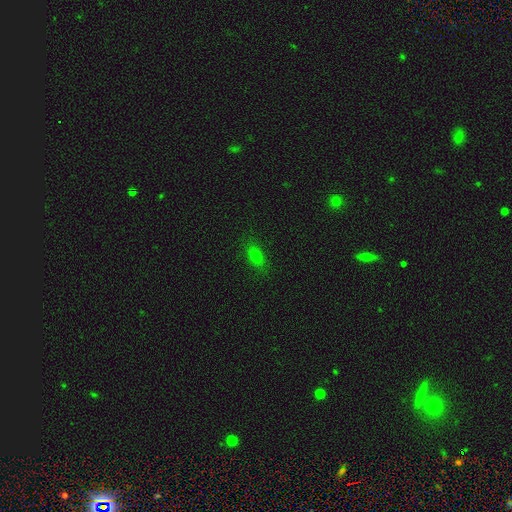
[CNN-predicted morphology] This is likely a smooth galaxy (72%). How rounded: likely in between (74%). Merging: clearly none (85%).